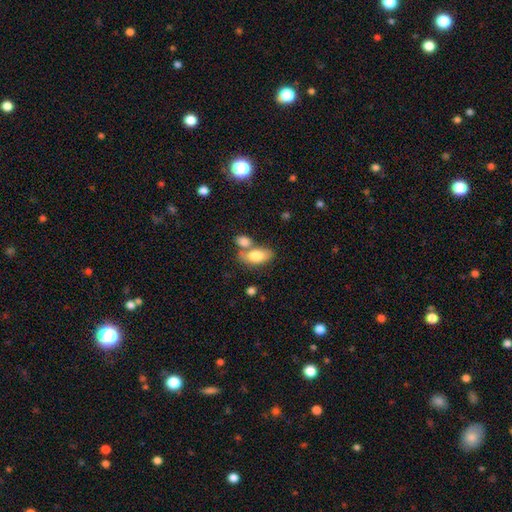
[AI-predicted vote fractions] Q: Smooth or featured?
A: smooth (77%); runner-up: featured or disk (17%)
Q: How rounded?
A: in between (89%); runner-up: cigar-shaped (6%)
Q: Merging?
A: none (49%); runner-up: merger (35%)